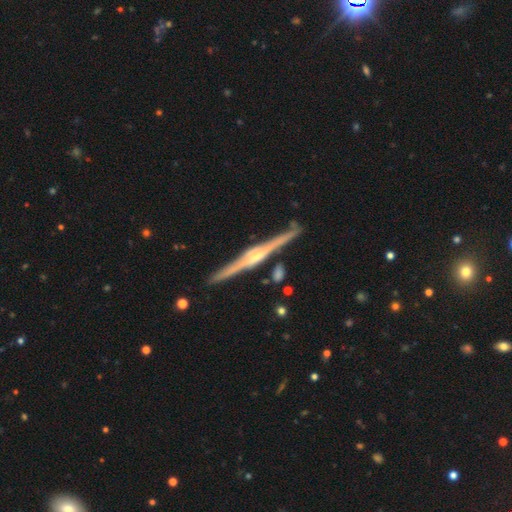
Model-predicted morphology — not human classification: smooth_or_featured: featured or disk (p=0.87) [alt: smooth p=0.08]
disk_edge_on: yes (p=0.98) [alt: no p=0.02]
edge_on_bulge: rounded (p=0.75) [alt: boxy p=0.15]
merging: none (p=0.87) [alt: minor disturbance p=0.08]